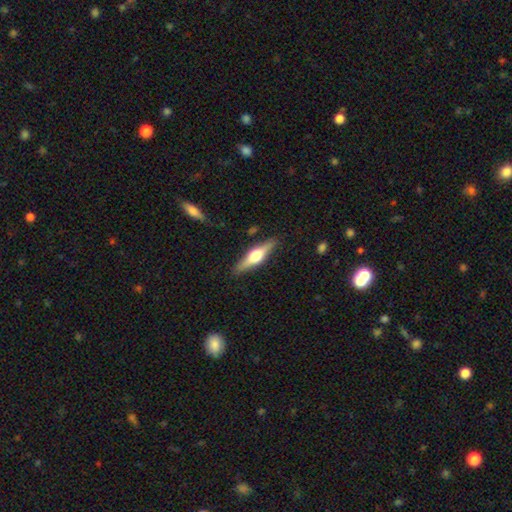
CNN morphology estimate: A featured or disk galaxy (62%) viewed edge-on (95%) with a rounded central bulge (93%).

Vote fractions:
- Smooth or featured? featured or disk: 62% / smooth: 32% / star or artifact: 5%
- Edge-on disk? yes: 95% / no: 5%
- Edge-on bulge? rounded: 93% / boxy: 5% / none: 2%
- Merging? none: 86% / minor disturbance: 10% / major disturbance: 2% / merger: 1%